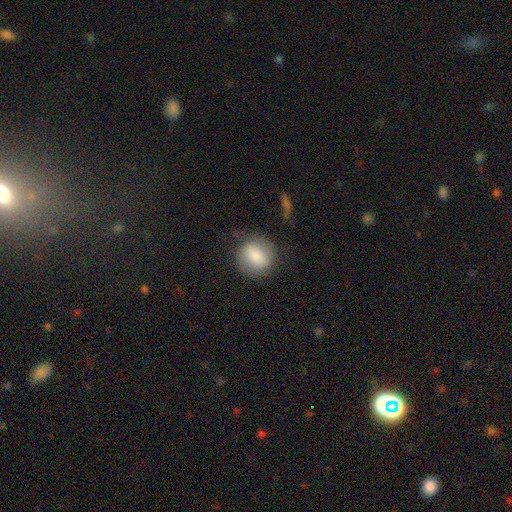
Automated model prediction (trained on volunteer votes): Smooth or featured?
  - smooth: 77% *
  - featured or disk: 16%
  - star or artifact: 7%
How rounded?
  - round: 80% *
  - in between: 19%
  - cigar-shaped: 1%
Merging?
  - none: 67% *
  - minor disturbance: 20%
  - major disturbance: 11%
  - merger: 2%